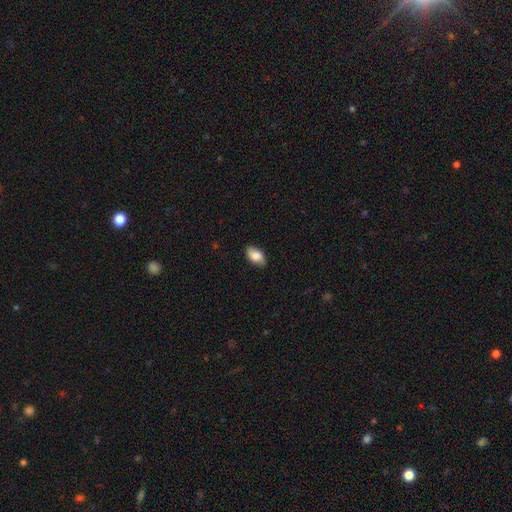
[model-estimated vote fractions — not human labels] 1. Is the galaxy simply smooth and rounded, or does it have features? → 82% smooth, 11% featured or disk, 7% star or artifact.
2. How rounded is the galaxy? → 92% in between, 5% round, 3% cigar-shaped.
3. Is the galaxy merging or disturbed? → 84% none, 12% minor disturbance, 2% major disturbance, 1% merger.